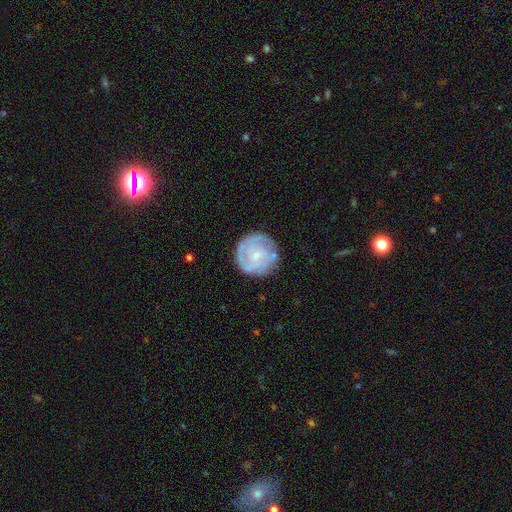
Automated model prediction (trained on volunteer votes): smooth-or-featured: featured or disk: 71% | smooth: 23% | star or artifact: 6%
  disk-edge-on: no: 98% | yes: 2%
    bar: no: 70% | weak: 25% | strong: 4%
    has-spiral-arms: yes: 86% | no: 14%
      spiral-winding: tight: 63% | medium: 29% | loose: 8%
      spiral-arm-count: can't tell: 32% | 3: 27% | 2: 20% | 4: 9% | 1: 6% | more than 4: 5%
    bulge-size: small: 78% | moderate: 17% | none: 3% | large: 1% | dominant: 1%
  merging: none: 79% | minor disturbance: 14% | major disturbance: 4% | merger: 2%